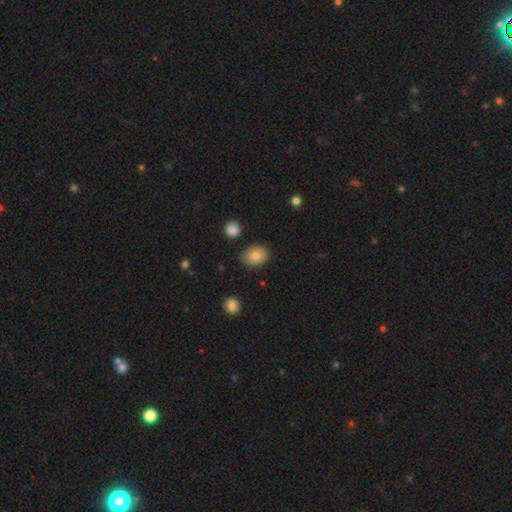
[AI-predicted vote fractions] smooth_or_featured: smooth (p=0.84) [alt: star or artifact p=0.09]
how_rounded: in between (p=0.70) [alt: round p=0.29]
merging: none (p=0.76) [alt: minor disturbance p=0.18]